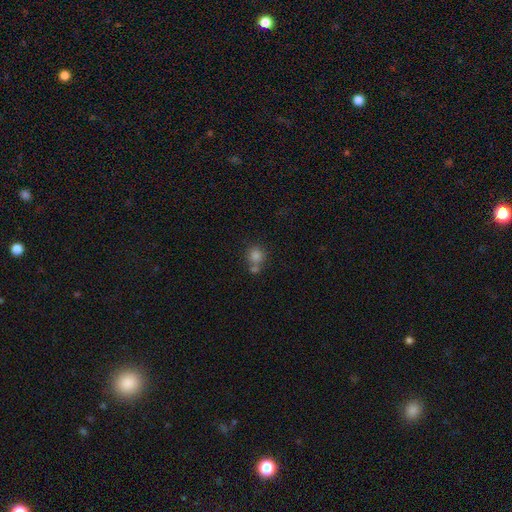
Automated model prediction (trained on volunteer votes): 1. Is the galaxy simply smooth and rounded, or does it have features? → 82% smooth, 11% star or artifact, 7% featured or disk.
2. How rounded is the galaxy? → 87% round, 12% in between, 1% cigar-shaped.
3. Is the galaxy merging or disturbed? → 53% none, 33% merger, 10% minor disturbance, 4% major disturbance.